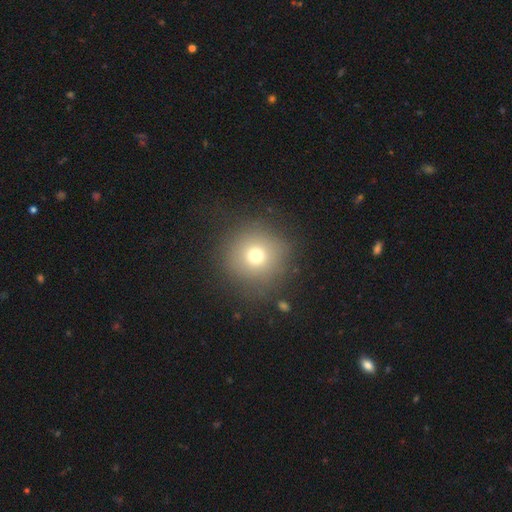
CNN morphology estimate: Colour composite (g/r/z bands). It shows a smooth galaxy with no disk features (72%) that is round (94%). Merging: none (85%).